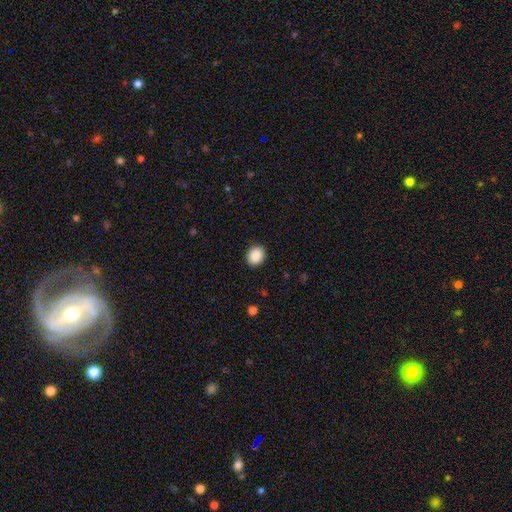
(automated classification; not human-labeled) A smooth galaxy with no disk features (88%) that is round (66%).

Vote fractions:
- Smooth or featured? smooth: 88% / star or artifact: 8% / featured or disk: 4%
- How rounded? round: 66% / in between: 33% / cigar-shaped: 1%
- Merging? none: 91% / minor disturbance: 6% / major disturbance: 2% / merger: 1%